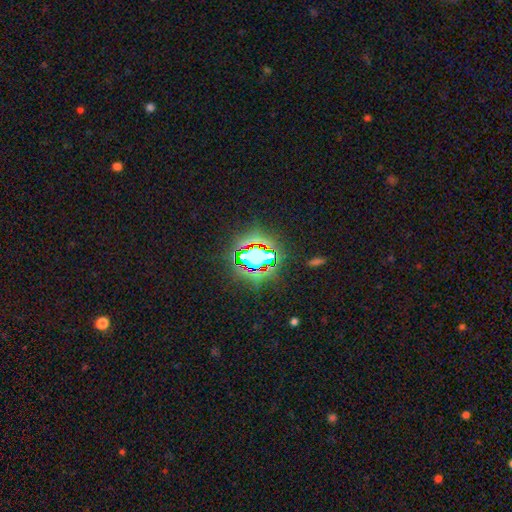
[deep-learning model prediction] Smooth or featured? Predicted: star or artifact (p=0.67).